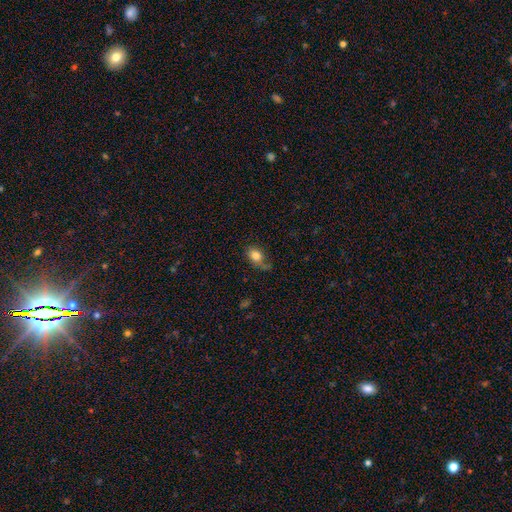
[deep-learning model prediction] Morphology: type=smooth (79%); roundness=in between (69%); merging=none (54%).